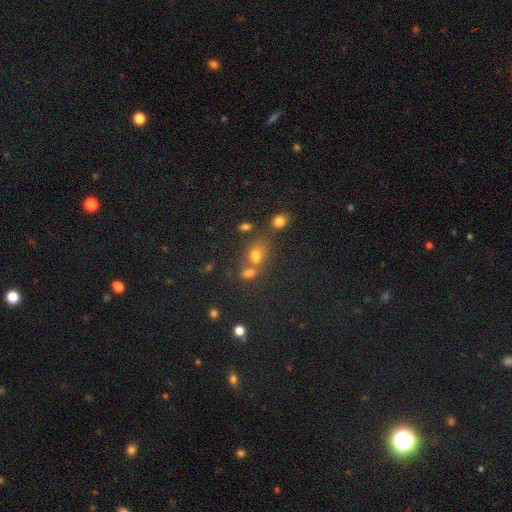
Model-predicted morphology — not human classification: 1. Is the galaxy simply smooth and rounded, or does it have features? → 50% smooth, 38% star or artifact, 13% featured or disk.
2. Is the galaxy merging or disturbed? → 49% none, 38% merger, 8% minor disturbance, 4% major disturbance.